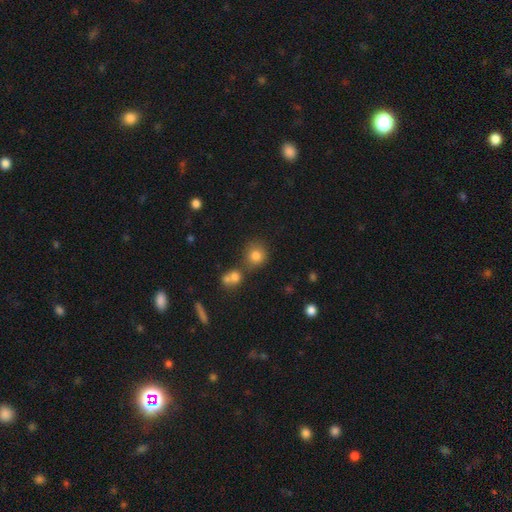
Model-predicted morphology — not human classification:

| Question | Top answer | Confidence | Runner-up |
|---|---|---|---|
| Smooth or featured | smooth | 65% | star or artifact (26%) |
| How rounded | round | 89% | in between (10%) |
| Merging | none | 74% | merger (15%) |